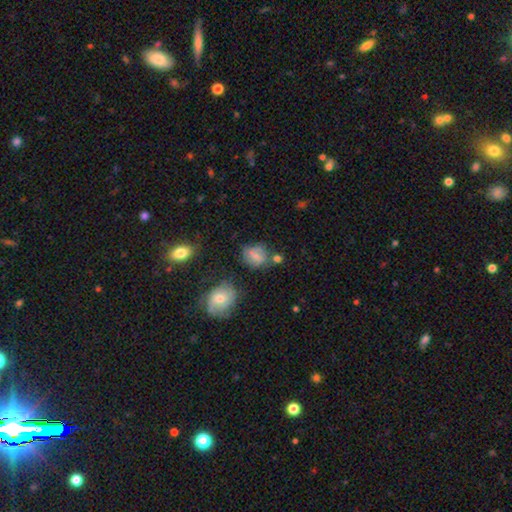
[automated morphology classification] A smooth galaxy with no disk features (64%) that is round (62%).

Vote fractions:
- Smooth or featured? smooth: 64% / featured or disk: 24% / star or artifact: 13%
- How rounded? round: 62% / in between: 37% / cigar-shaped: 1%
- Merging? none: 58% / minor disturbance: 21% / merger: 12% / major disturbance: 9%